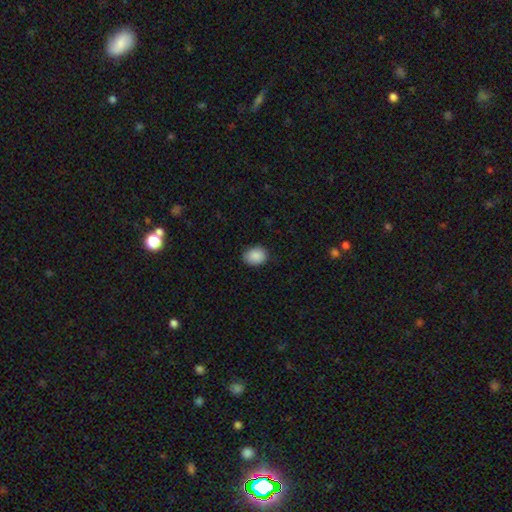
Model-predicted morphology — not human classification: smooth_or_featured: smooth (p=0.89) [alt: star or artifact p=0.08]
how_rounded: in between (p=0.58) [alt: round p=0.41]
merging: none (p=0.84) [alt: minor disturbance p=0.12]